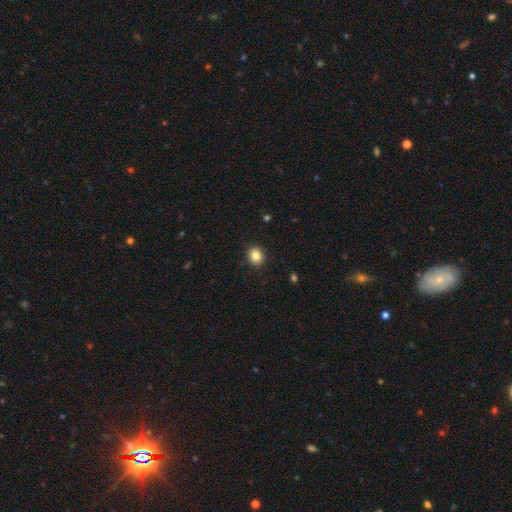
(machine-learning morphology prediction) smooth-or-featured: smooth: 84% | star or artifact: 10% | featured or disk: 6%
  how-rounded: round: 72% | in between: 27% | cigar-shaped: 1%
  merging: none: 91% | minor disturbance: 6% | major disturbance: 2% | merger: 1%